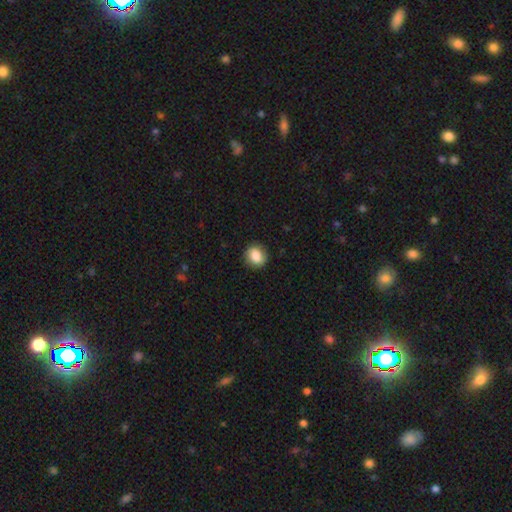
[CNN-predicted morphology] smooth 85%, star or artifact 8%, featured or disk 7%. Down the decision tree: how rounded — round (69%); merging — none (87%).